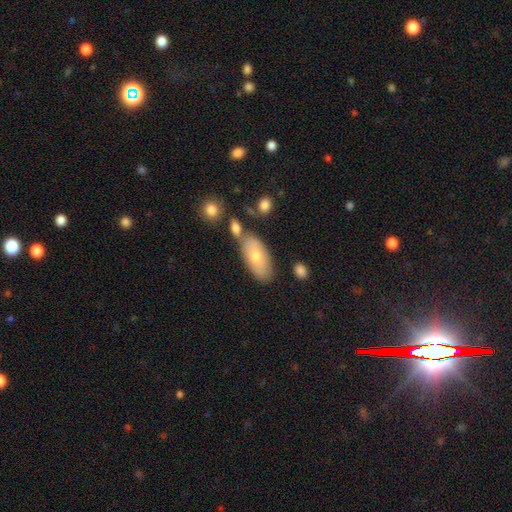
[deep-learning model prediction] Q: Smooth or featured?
A: smooth (66%); runner-up: featured or disk (27%)
Q: How rounded?
A: in between (90%); runner-up: cigar-shaped (7%)
Q: Merging?
A: none (69%); runner-up: minor disturbance (16%)